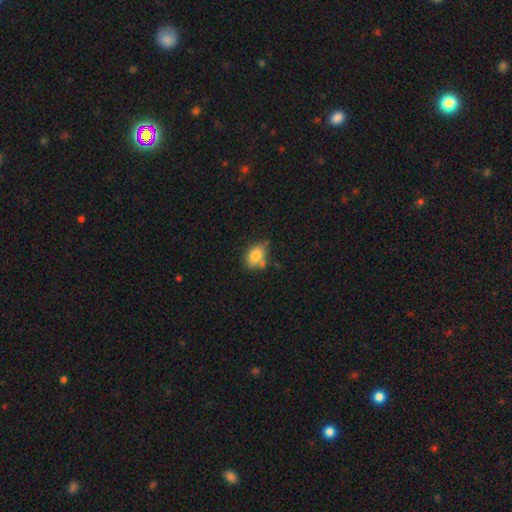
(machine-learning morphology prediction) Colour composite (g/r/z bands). It shows a smooth galaxy with no disk features (82%) that is in between round and cigar-shaped (72%). Merging: none (59%).